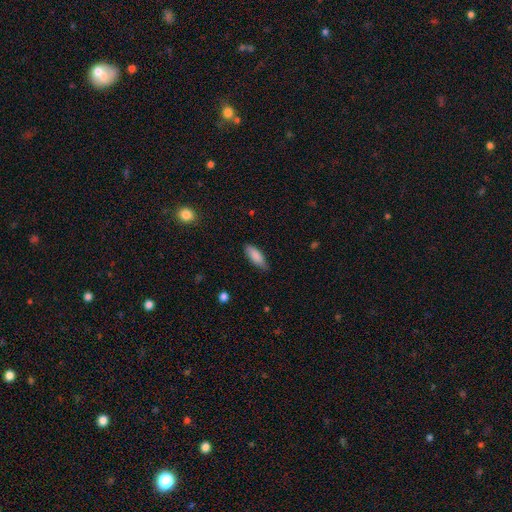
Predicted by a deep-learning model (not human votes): smooth-or-featured: smooth: 87% | featured or disk: 7% | star or artifact: 6%
  how-rounded: in between: 65% | cigar-shaped: 33% | round: 2%
  merging: none: 78% | minor disturbance: 18% | major disturbance: 3% | merger: 1%